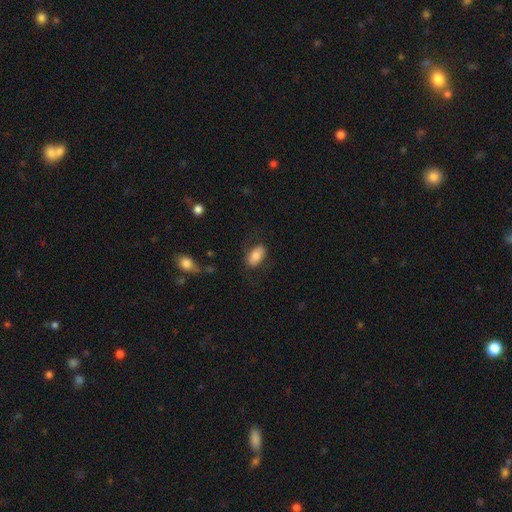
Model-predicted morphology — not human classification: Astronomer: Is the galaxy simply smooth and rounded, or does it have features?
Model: smooth — 77%.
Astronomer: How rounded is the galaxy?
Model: in between — 93%.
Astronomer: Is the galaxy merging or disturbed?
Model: none — 74%.